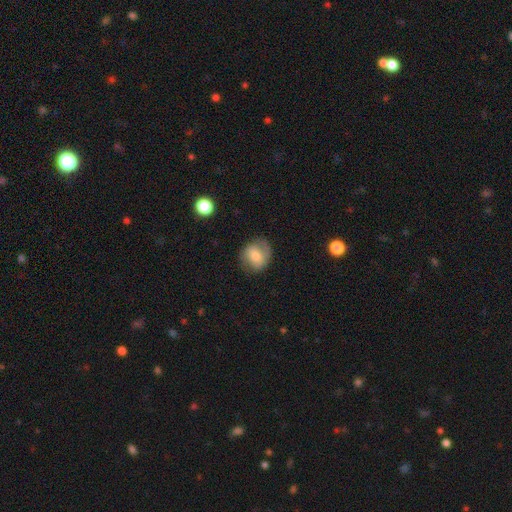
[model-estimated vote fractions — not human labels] Morphology: type=smooth (58%); roundness=round (72%); merging=none (70%).